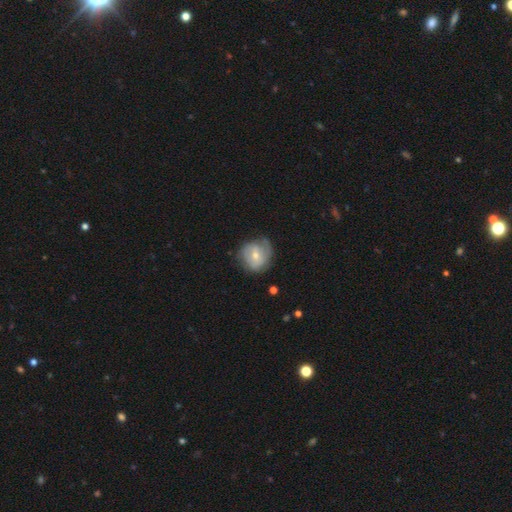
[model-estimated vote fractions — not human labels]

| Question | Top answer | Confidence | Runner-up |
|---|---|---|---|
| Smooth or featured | featured or disk | 56% | smooth (37%) |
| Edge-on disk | no | 97% | yes (3%) |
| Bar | no | 47% | weak (41%) |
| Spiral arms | yes | 72% | no (28%) |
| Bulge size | moderate | 49% | small (47%) |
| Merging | none | 60% | minor disturbance (27%) |